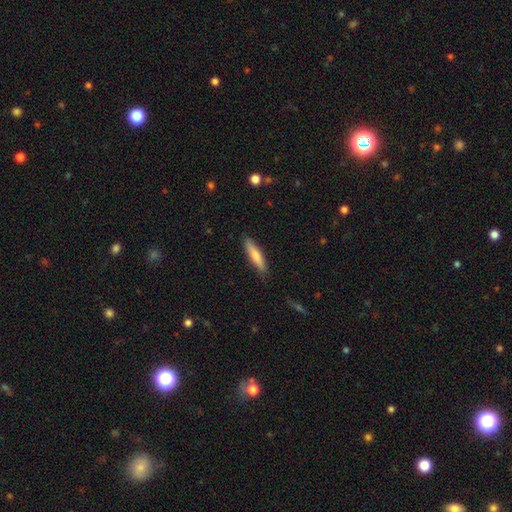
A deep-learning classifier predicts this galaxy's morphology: This appears to be a smooth galaxy with no disk features (76%) that is cigar-shaped (80%). Merging: none (84%).